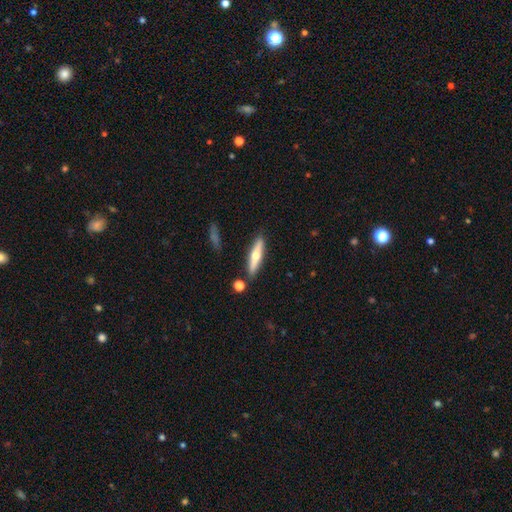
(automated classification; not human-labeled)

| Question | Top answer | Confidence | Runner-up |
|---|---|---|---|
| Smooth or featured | featured or disk | 48% | smooth (46%) |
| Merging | none | 85% | minor disturbance (9%) |